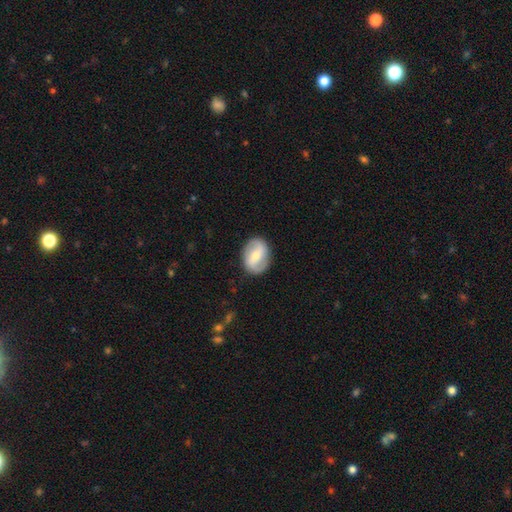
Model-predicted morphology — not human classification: A featured or disk galaxy (68%) with a strong bar (42%), 2 (89%) loose (40%) spiral arms (83%) and a moderate central bulge (49%). Merging: none (86%).